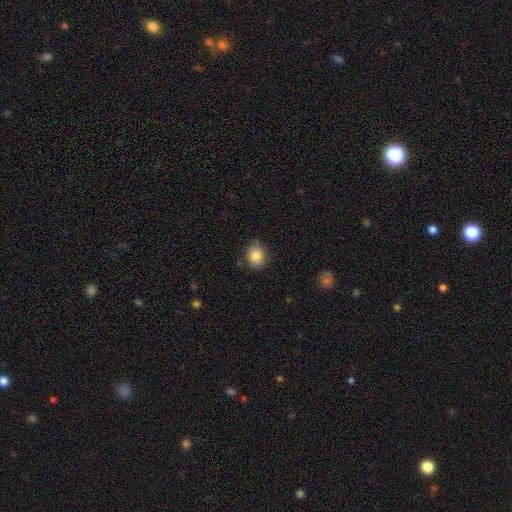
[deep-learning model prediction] The model was most divided on "how rounded": round: 59%, in between: 40%, cigar-shaped: 1%. More confident: smooth or featured — smooth (86%); merging — none (75%).